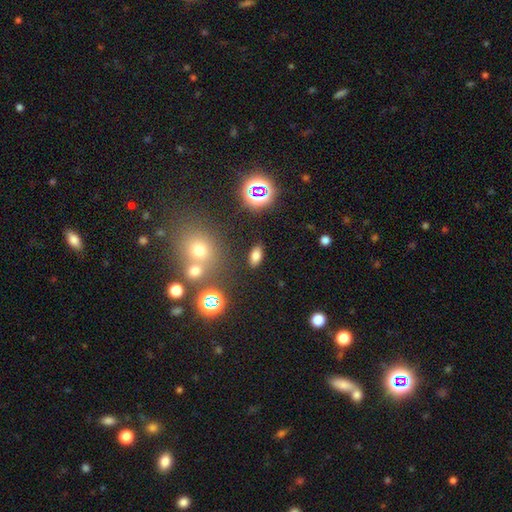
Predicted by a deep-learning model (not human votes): This is likely a smooth galaxy (74%). How rounded: clearly in between (87%). Merging: clearly none (86%).